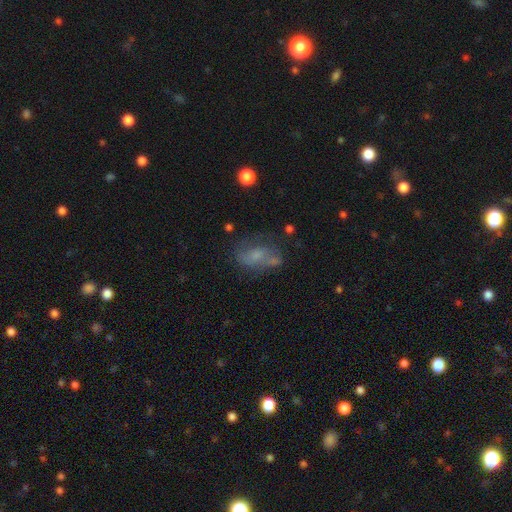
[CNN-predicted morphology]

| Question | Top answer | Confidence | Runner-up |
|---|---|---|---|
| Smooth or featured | smooth | 46% | featured or disk (40%) |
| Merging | none | 43% | minor disturbance (23%) |